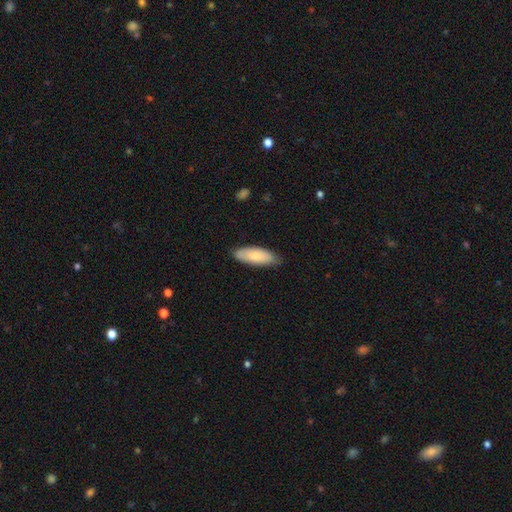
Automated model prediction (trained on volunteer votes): The model was most divided on "how rounded": in between: 74%, cigar-shaped: 24%, round: 2%. More confident: smooth or featured — smooth (80%); merging — none (78%).